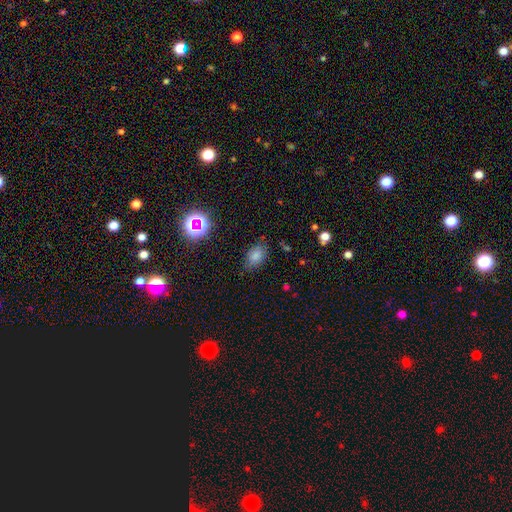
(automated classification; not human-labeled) A smooth galaxy with no disk features (78%) that is in between round and cigar-shaped (84%). Merging: none (77%).